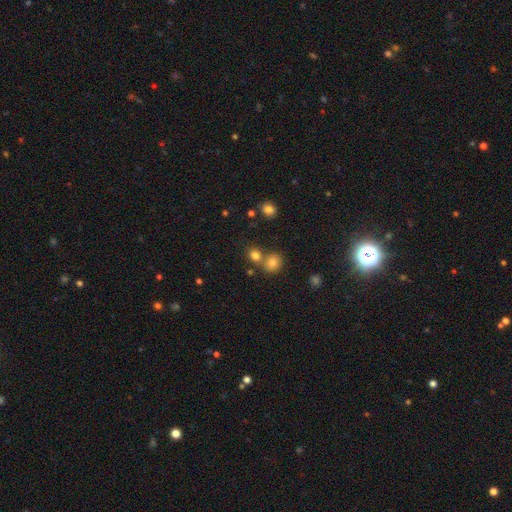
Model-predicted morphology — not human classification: Overall: smooth (78%). How rounded: round (76%). Merging: none (56%; merger 34%).